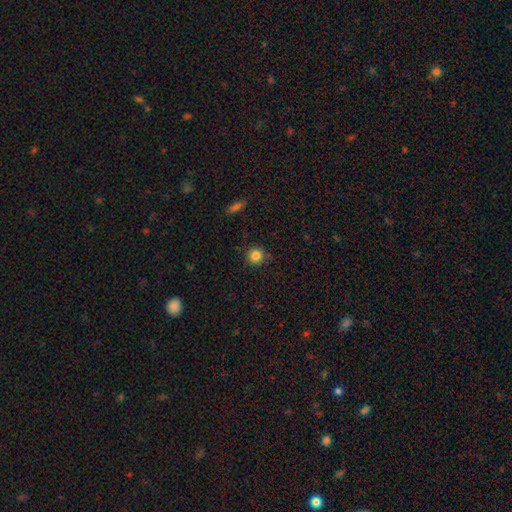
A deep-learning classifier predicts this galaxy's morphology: Smooth or featured: smooth — 84% (star or artifact — 11%)
How rounded: round — 93% (in between — 6%)
Merging: none — 86% (minor disturbance — 10%)